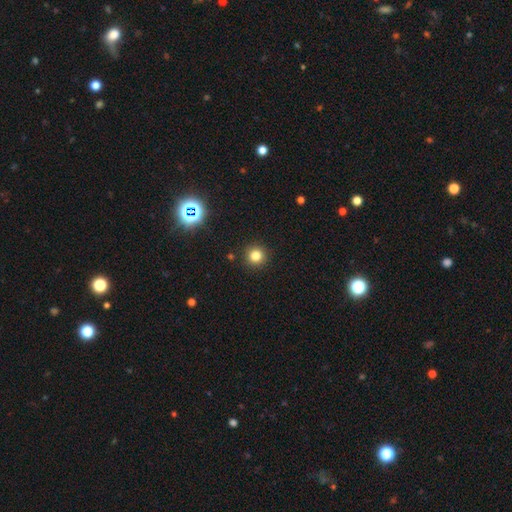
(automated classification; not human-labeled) Q: Smooth or featured?
A: smooth (80%); runner-up: star or artifact (14%)
Q: How rounded?
A: round (95%); runner-up: in between (4%)
Q: Merging?
A: none (92%); runner-up: minor disturbance (5%)